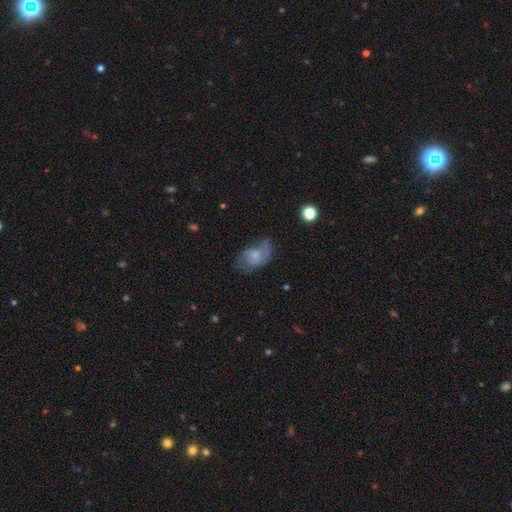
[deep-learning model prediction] Smooth or featured? featured or disk (57%)
Edge-on disk? no (97%)
Bar? no (68%)
Spiral arms? yes (77%)
Bulge size? small (47%)
Merging? none (37%)